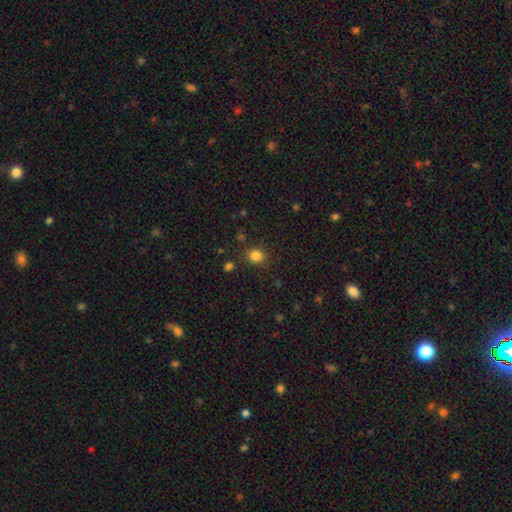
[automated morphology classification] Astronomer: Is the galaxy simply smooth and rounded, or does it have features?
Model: smooth — 82%.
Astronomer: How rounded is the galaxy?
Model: round — 76%.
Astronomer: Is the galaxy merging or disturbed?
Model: none — 85%.